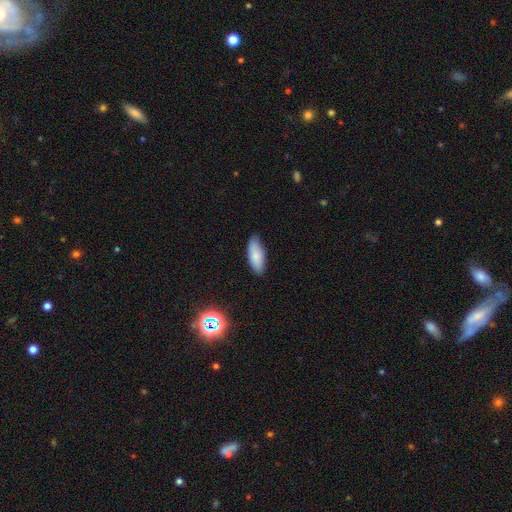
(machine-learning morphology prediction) smooth 83%, featured or disk 10%, star or artifact 7%. Down the decision tree: how rounded — in between (76%); merging — none (83%).